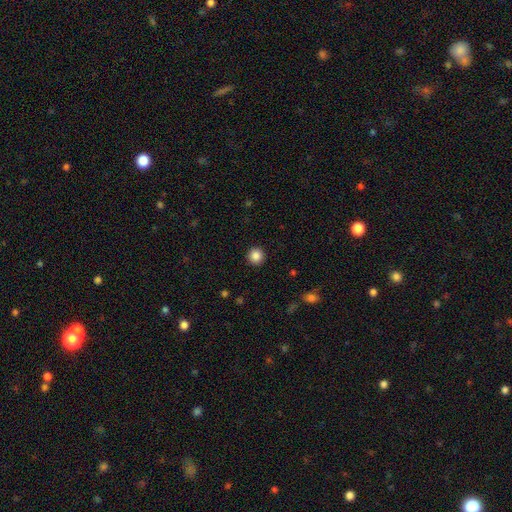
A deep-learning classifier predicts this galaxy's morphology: smooth 86%, star or artifact 10%, featured or disk 4%. Down the decision tree: how rounded — round (95%); merging — none (93%).